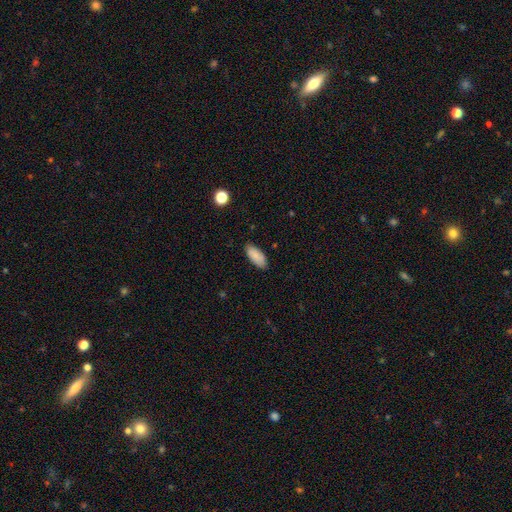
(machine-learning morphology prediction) This appears to be a smooth galaxy with no disk features (88%) that is in between round and cigar-shaped (86%). Merging: none (85%).